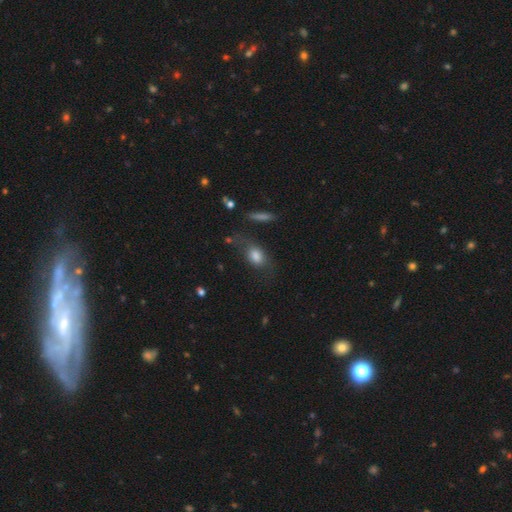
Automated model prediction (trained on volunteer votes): Smooth or featured? Predicted: smooth (p=0.76). How rounded? Predicted: in between (p=0.75). Merging? Predicted: none (p=0.53).